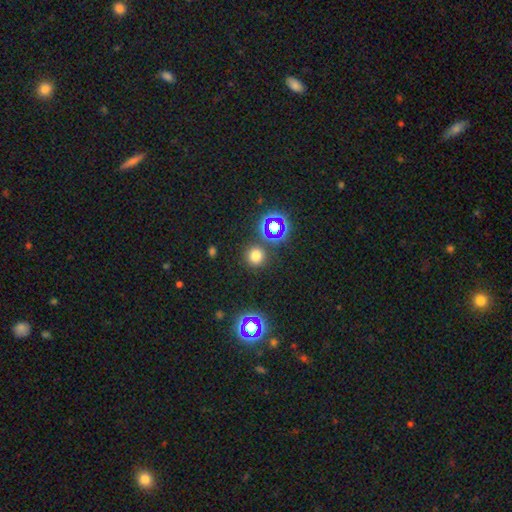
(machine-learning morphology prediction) The model was most divided on "smooth or featured": smooth: 69%, star or artifact: 25%, featured or disk: 6%. More confident: how rounded — round (93%); merging — none (85%).